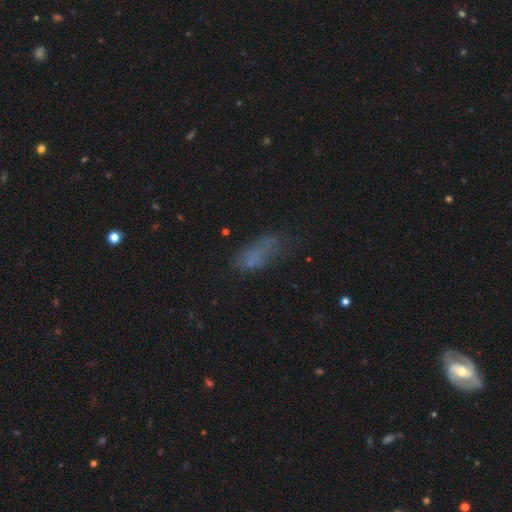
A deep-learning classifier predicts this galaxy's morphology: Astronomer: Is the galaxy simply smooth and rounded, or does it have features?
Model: smooth — 63%.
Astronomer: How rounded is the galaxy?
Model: in between — 75%.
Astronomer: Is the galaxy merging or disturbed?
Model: none — 43% (runner-up: minor disturbance, 28%).